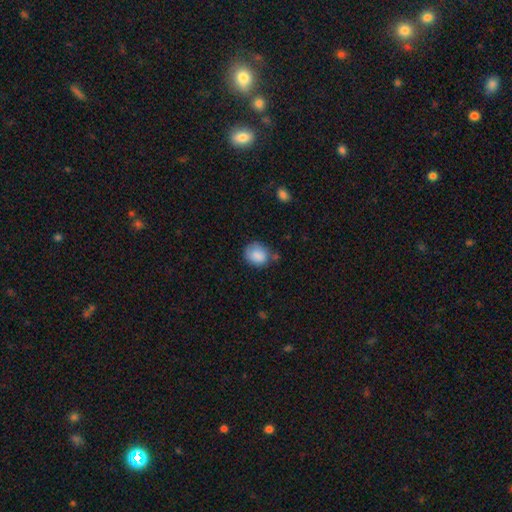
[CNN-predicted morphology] Smooth or featured?
  - smooth: 84% *
  - featured or disk: 8%
  - star or artifact: 8%
How rounded?
  - round: 57% *
  - in between: 42%
  - cigar-shaped: 1%
Merging?
  - none: 62% *
  - minor disturbance: 26%
  - major disturbance: 7%
  - merger: 5%